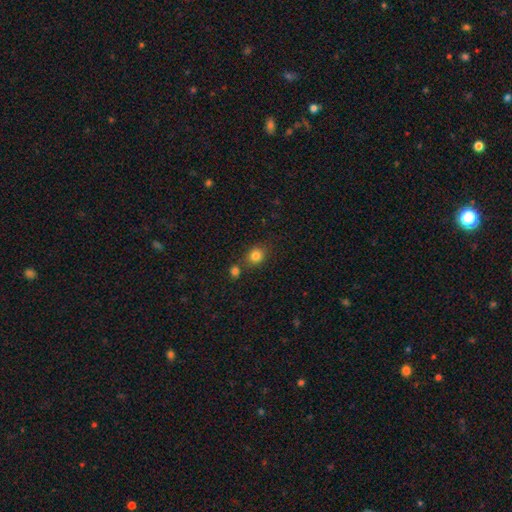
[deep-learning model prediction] Smooth or featured? smooth (82%)
How rounded? round (77%)
Merging? none (70%)